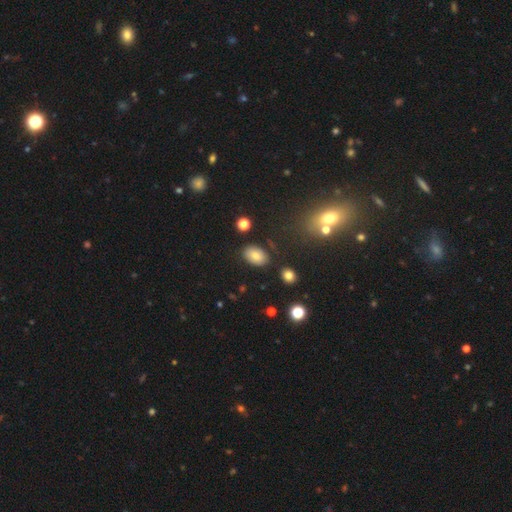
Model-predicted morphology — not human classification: Smooth or featured?
  - smooth: 77% *
  - star or artifact: 11%
  - featured or disk: 11%
How rounded?
  - in between: 88% *
  - round: 11%
  - cigar-shaped: 1%
Merging?
  - none: 82% *
  - minor disturbance: 12%
  - major disturbance: 3%
  - merger: 3%